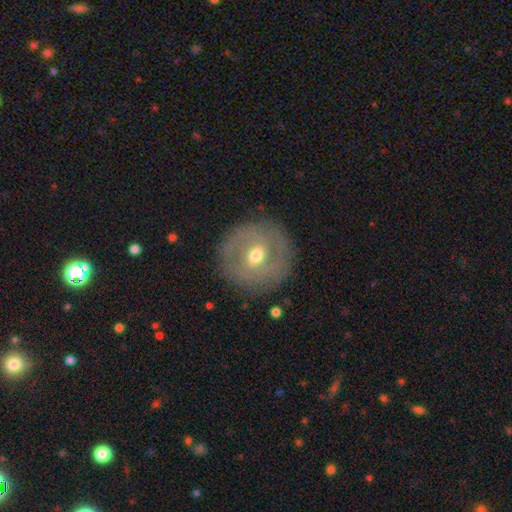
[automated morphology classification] Smooth or featured?
  - featured or disk: 63% *
  - smooth: 30%
  - star or artifact: 7%
Edge-on disk?
  - no: 95% *
  - yes: 5%
Bar?
  - weak: 51% *
  - no: 29%
  - strong: 20%
Spiral arms?
  - yes: 51% *
  - no: 49%
Bulge size?
  - moderate: 72% *
  - small: 22%
  - large: 4%
  - none: 1%
  - dominant: 1%
Merging?
  - none: 83% *
  - minor disturbance: 11%
  - major disturbance: 4%
  - merger: 1%